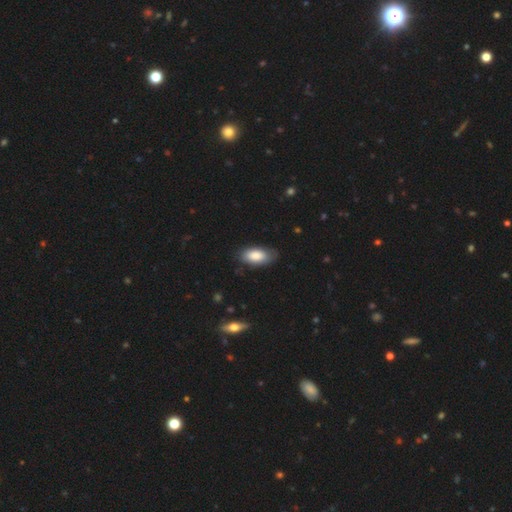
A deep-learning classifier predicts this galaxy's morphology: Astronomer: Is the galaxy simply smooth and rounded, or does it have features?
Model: smooth — 84%.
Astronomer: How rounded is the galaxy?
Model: in between — 92%.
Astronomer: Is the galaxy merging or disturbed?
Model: none — 77%.